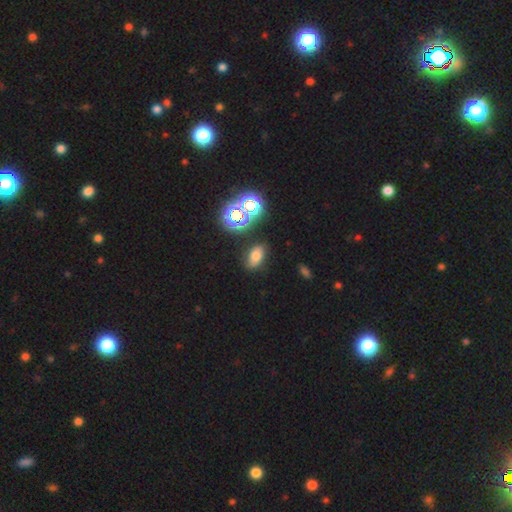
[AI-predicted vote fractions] Smooth or featured? smooth (61%)
How rounded? in between (84%)
Merging? none (82%)